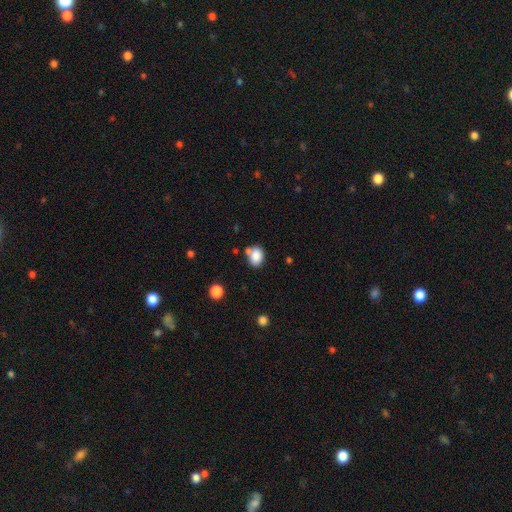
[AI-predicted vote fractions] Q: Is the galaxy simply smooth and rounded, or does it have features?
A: smooth — 85%.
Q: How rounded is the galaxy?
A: in between — 58%.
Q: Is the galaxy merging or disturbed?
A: none — 60%.